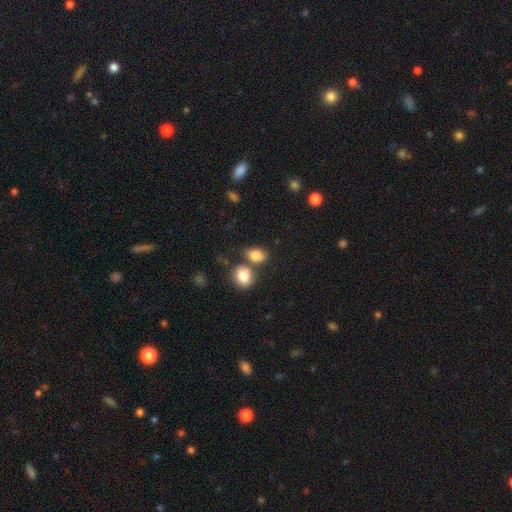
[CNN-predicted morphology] Smooth or featured? Predicted: smooth (p=0.83). How rounded? Predicted: in between (p=0.71). Merging? Predicted: none (p=0.48).